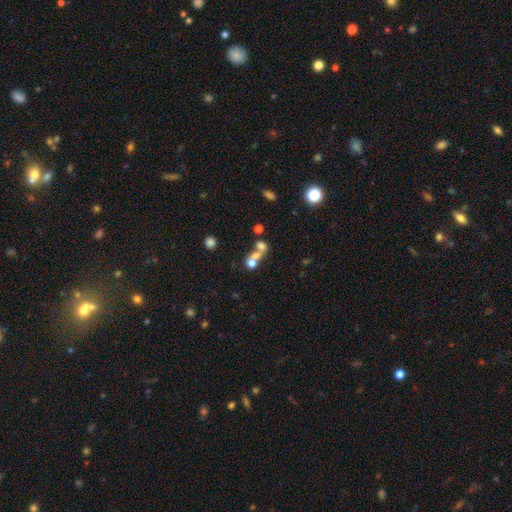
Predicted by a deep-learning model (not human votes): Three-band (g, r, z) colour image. It shows a smooth galaxy with no disk features (62%) that is round (65%). Merging: merger (63%).